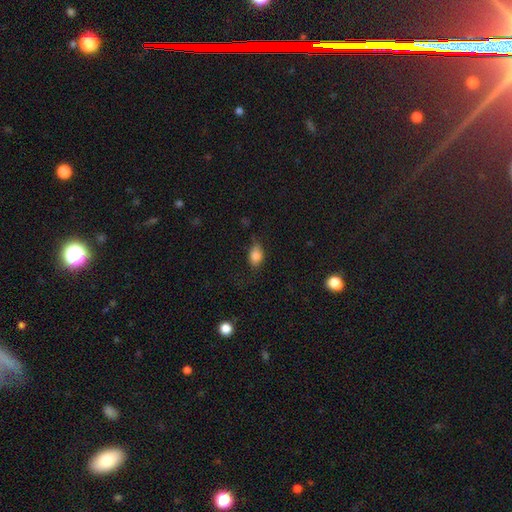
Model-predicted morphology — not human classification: smooth 83%, star or artifact 10%, featured or disk 7%. Down the decision tree: how rounded — in between (81%); merging — none (59%).